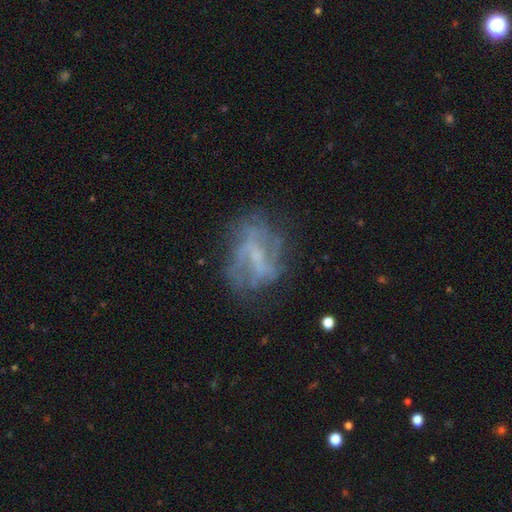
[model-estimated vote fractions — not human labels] Q: Smooth or featured?
A: featured or disk (73%); runner-up: smooth (16%)
Q: Edge-on disk?
A: no (96%); runner-up: yes (4%)
Q: Bar?
A: weak (47%); runner-up: no (28%)
Q: Spiral arms?
A: yes (70%); runner-up: no (30%)
Q: Bulge size?
A: small (47%); runner-up: none (33%)
Q: Merging?
A: none (57%); runner-up: minor disturbance (20%)